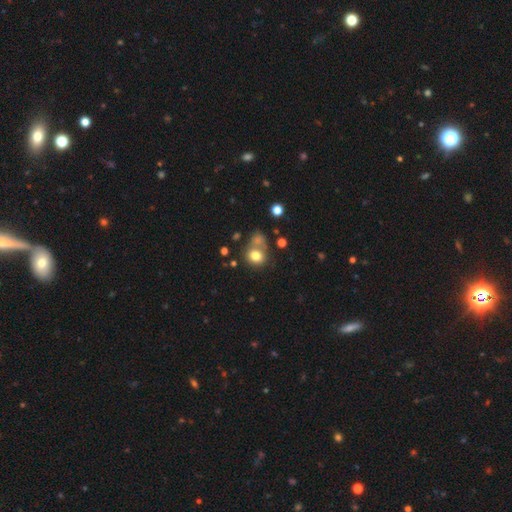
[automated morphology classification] smooth-or-featured: smooth: 78% | star or artifact: 12% | featured or disk: 10%
  how-rounded: round: 69% | in between: 30% | cigar-shaped: 1%
  merging: none: 47% | merger: 31% | minor disturbance: 14% | major disturbance: 8%